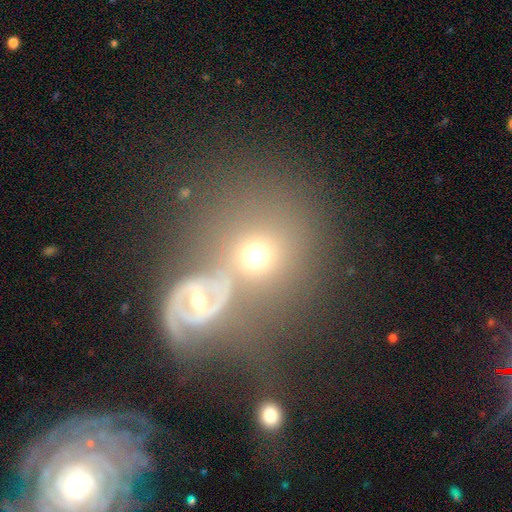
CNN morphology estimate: Overall: smooth (54%; featured or disk 35%). How rounded: round (73%). Merging: merger (47%; none 36%).